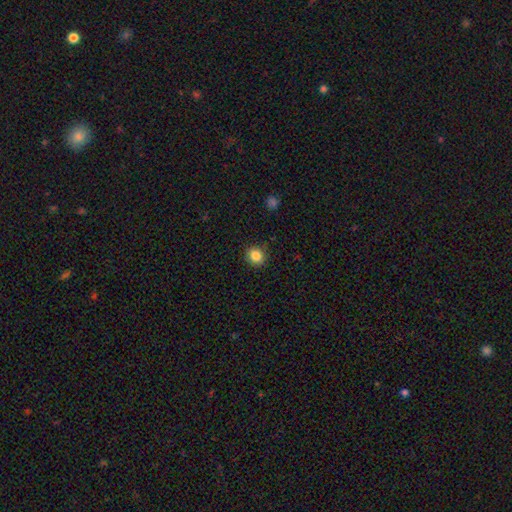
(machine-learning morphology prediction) Smooth or featured?
  - smooth: 84% *
  - star or artifact: 10%
  - featured or disk: 5%
How rounded?
  - round: 87% *
  - in between: 13%
  - cigar-shaped: 1%
Merging?
  - none: 89% *
  - minor disturbance: 8%
  - major disturbance: 2%
  - merger: 1%